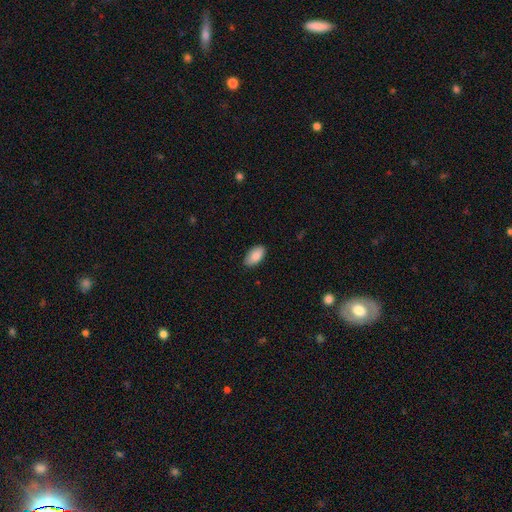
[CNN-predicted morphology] This is clearly a smooth galaxy (87%). How rounded: clearly in between (95%). Merging: clearly none (87%).